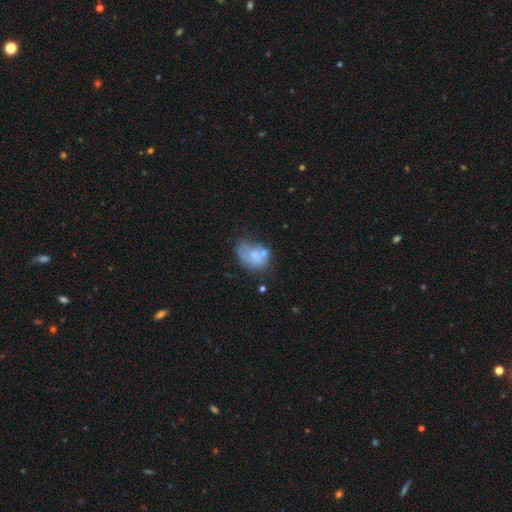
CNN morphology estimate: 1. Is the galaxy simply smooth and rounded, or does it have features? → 54% smooth, 37% featured or disk, 9% star or artifact.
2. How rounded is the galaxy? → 69% in between, 30% round, 1% cigar-shaped.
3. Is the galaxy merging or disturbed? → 32% none, 28% minor disturbance, 23% major disturbance, 18% merger.